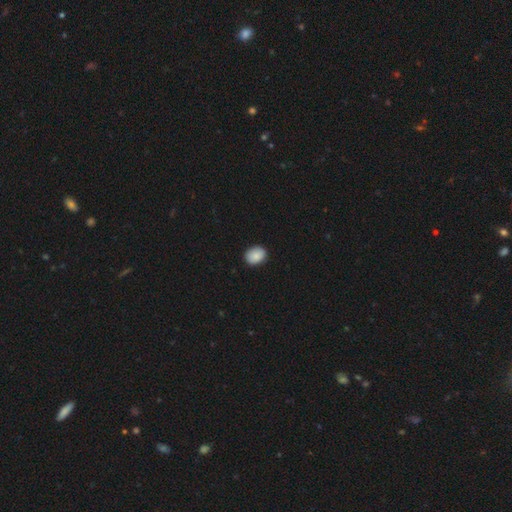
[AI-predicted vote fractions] Morphology: type=smooth (89%); roundness=in between (62%); merging=none (89%).